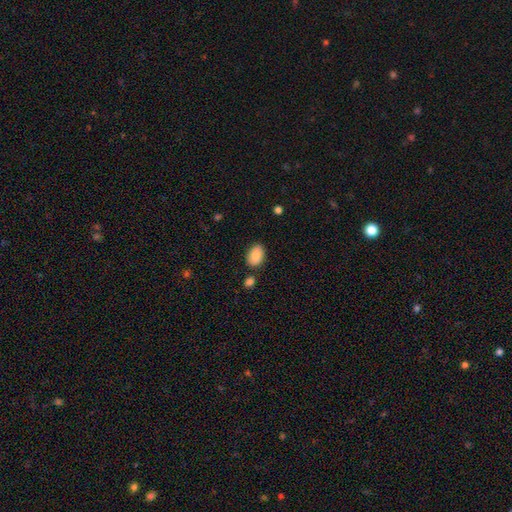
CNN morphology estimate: Smooth or featured? Predicted: smooth (p=0.87). How rounded? Predicted: in between (p=0.87). Merging? Predicted: none (p=0.80).